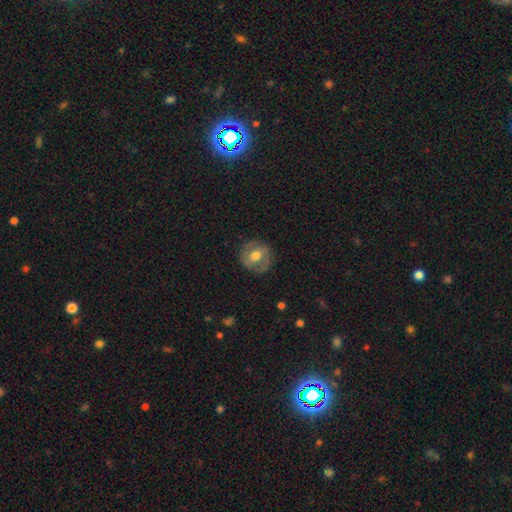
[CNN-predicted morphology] Smooth or featured?
  - smooth: 48% *
  - featured or disk: 45%
  - star or artifact: 7%
Merging?
  - none: 83% *
  - minor disturbance: 12%
  - major disturbance: 4%
  - merger: 1%